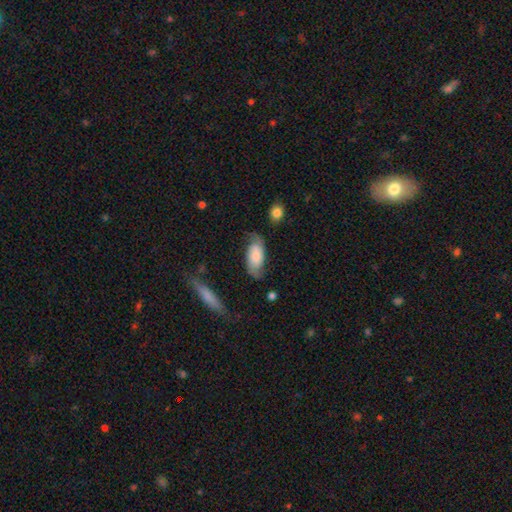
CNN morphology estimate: smooth 52%, featured or disk 41%, star or artifact 7%. Down the decision tree: how rounded — in between (91%); merging — none (65%).